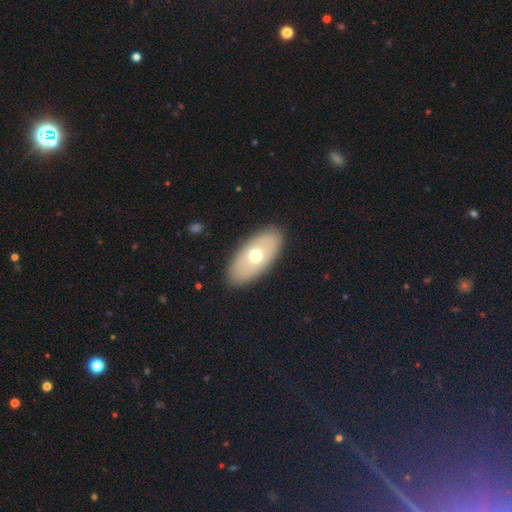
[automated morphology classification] Smooth or featured? smooth (62%)
How rounded? in between (91%)
Merging? none (88%)